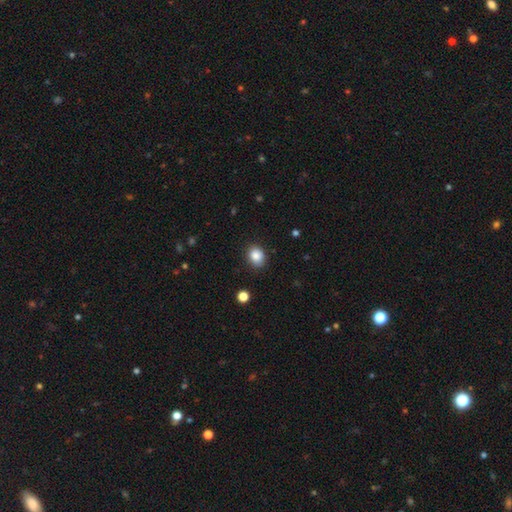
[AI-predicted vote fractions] Smooth or featured?
  - smooth: 85% *
  - star or artifact: 10%
  - featured or disk: 5%
How rounded?
  - round: 61% *
  - in between: 38%
  - cigar-shaped: 1%
Merging?
  - none: 85% *
  - minor disturbance: 11%
  - major disturbance: 3%
  - merger: 1%